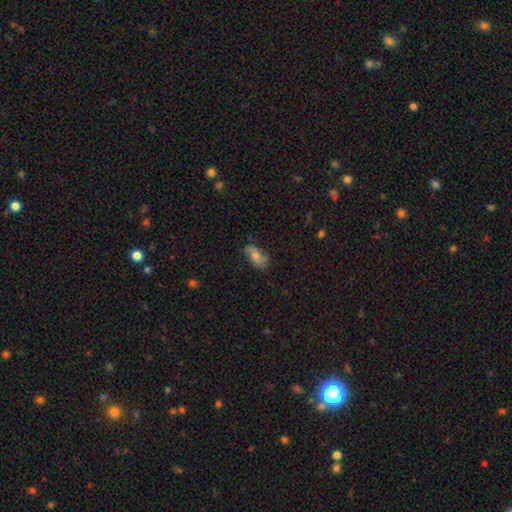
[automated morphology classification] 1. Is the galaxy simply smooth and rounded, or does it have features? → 55% smooth, 35% featured or disk, 10% star or artifact.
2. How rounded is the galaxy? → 88% in between, 7% cigar-shaped, 6% round.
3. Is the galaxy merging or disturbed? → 71% none, 21% minor disturbance, 6% major disturbance, 2% merger.